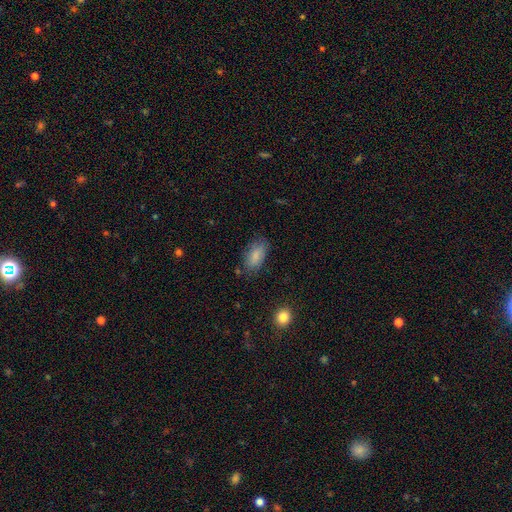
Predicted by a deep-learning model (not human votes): Smooth or featured? smooth (84%)
How rounded? in between (92%)
Merging? none (73%)